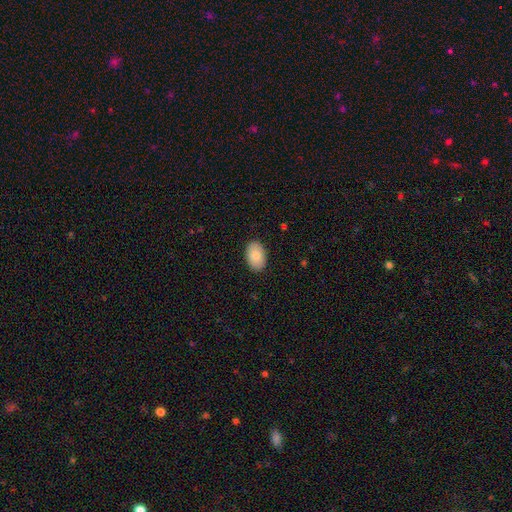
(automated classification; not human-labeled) Smooth or featured?
  - smooth: 83% *
  - featured or disk: 10%
  - star or artifact: 7%
How rounded?
  - in between: 91% *
  - round: 8%
  - cigar-shaped: 1%
Merging?
  - none: 89% *
  - minor disturbance: 9%
  - major disturbance: 2%
  - merger: 1%